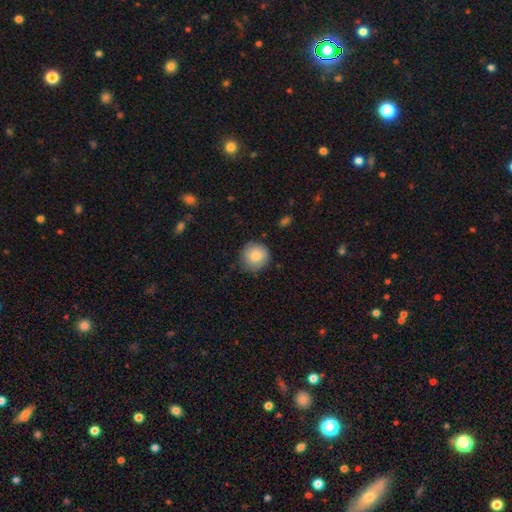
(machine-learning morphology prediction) Smooth or featured? smooth (85%)
How rounded? round (93%)
Merging? none (81%)